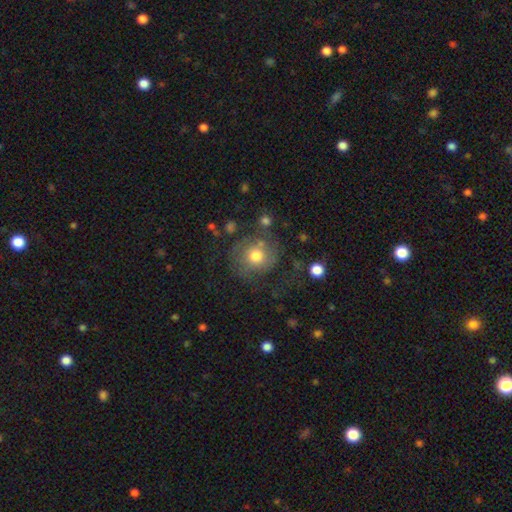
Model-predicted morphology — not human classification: This is likely a smooth galaxy (62%). How rounded: clearly round (86%). Merging: likely none (61%).